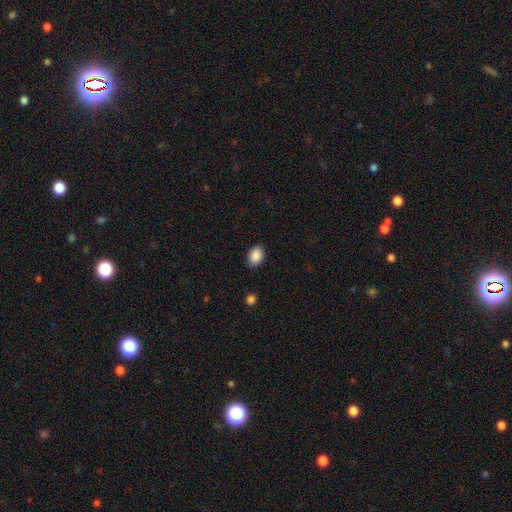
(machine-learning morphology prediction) This appears to be a smooth galaxy with no disk features (90%) that is in between round and cigar-shaped (80%). Merging: none (87%).